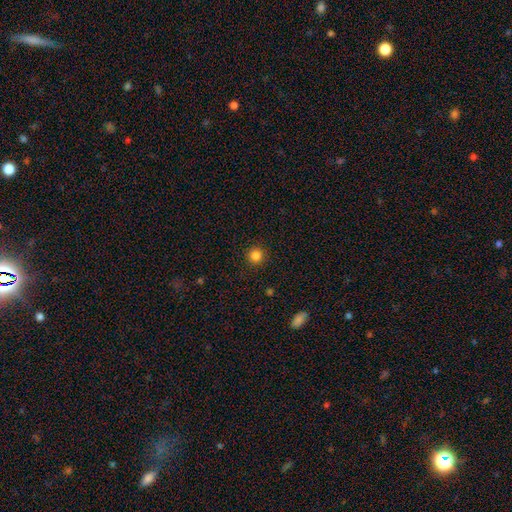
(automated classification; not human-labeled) smooth-or-featured: smooth: 84% | star or artifact: 12% | featured or disk: 4%
  how-rounded: round: 95% | in between: 4% | cigar-shaped: 1%
  merging: none: 92% | minor disturbance: 5% | major disturbance: 2% | merger: 1%